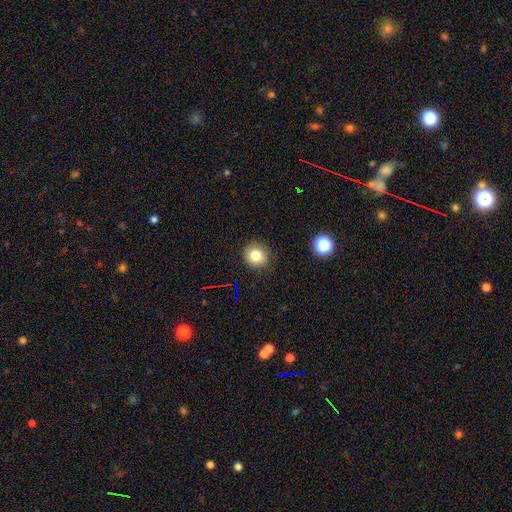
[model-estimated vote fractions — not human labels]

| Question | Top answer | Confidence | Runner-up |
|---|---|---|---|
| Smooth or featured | smooth | 79% | star or artifact (13%) |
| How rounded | round | 85% | in between (14%) |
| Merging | none | 89% | minor disturbance (8%) |